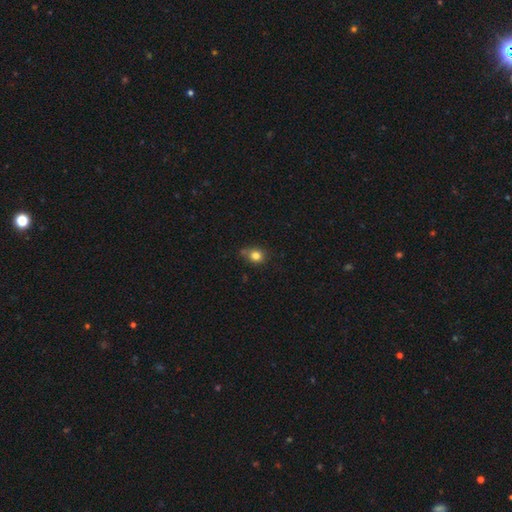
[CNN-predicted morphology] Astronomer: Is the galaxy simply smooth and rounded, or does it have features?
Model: smooth — 80%.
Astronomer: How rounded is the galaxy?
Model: round — 74%.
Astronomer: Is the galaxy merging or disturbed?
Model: none — 64%.